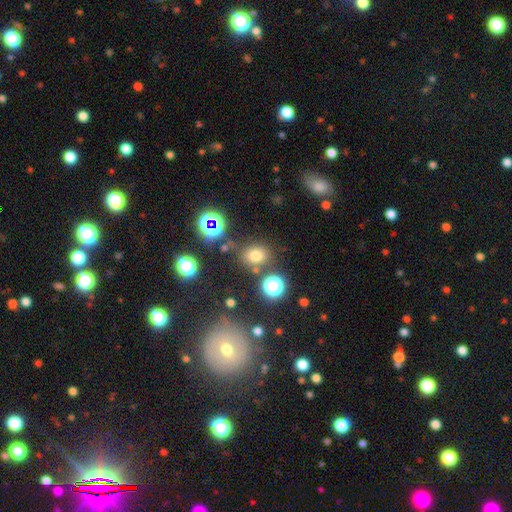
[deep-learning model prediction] Q: Smooth or featured?
A: smooth (69%); runner-up: star or artifact (22%)
Q: How rounded?
A: round (55%); runner-up: in between (43%)
Q: Merging?
A: none (76%); runner-up: minor disturbance (12%)